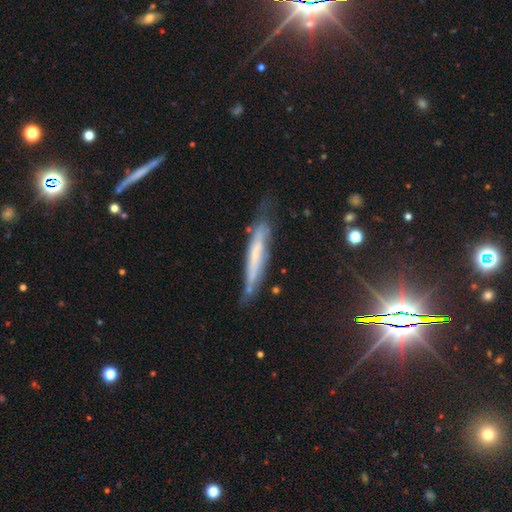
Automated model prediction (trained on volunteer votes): A featured or disk galaxy (57%) viewed edge-on (74%). Merging: none (63%).